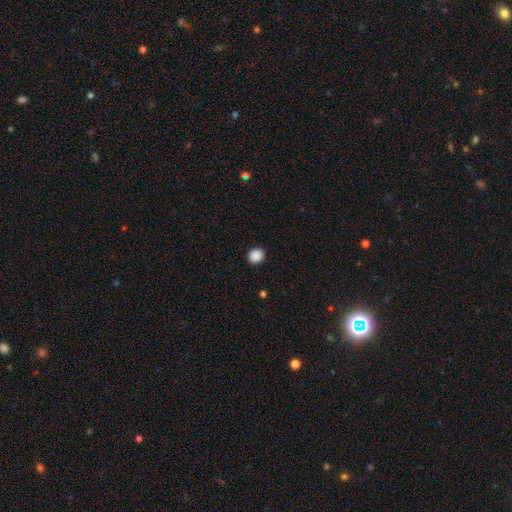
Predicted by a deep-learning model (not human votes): This appears to be a smooth galaxy with no disk features (89%) that is round (77%). Merging: none (92%).